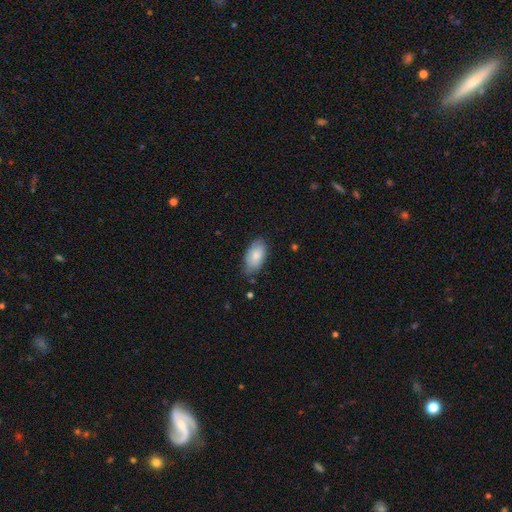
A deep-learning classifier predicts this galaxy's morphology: Smooth or featured? Predicted: smooth (p=0.81). How rounded? Predicted: in between (p=0.94). Merging? Predicted: none (p=0.71).